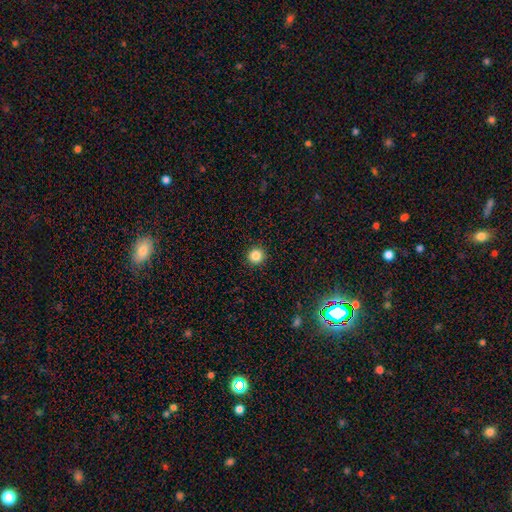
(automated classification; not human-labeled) Smooth or featured? smooth (84%)
How rounded? round (95%)
Merging? none (93%)